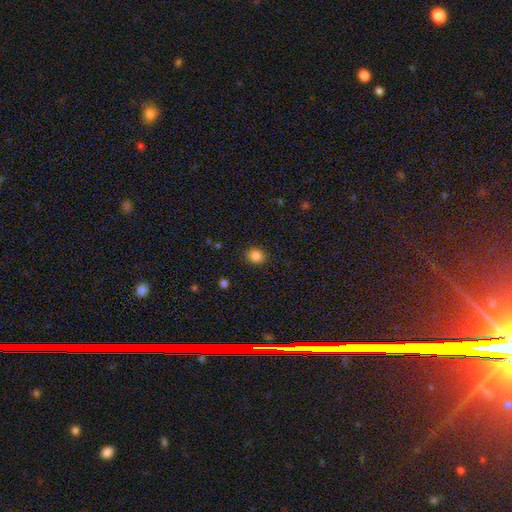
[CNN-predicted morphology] Smooth or featured?
  - smooth: 84% *
  - star or artifact: 11%
  - featured or disk: 5%
How rounded?
  - round: 66% *
  - in between: 33%
  - cigar-shaped: 1%
Merging?
  - none: 89% *
  - minor disturbance: 8%
  - major disturbance: 2%
  - merger: 1%